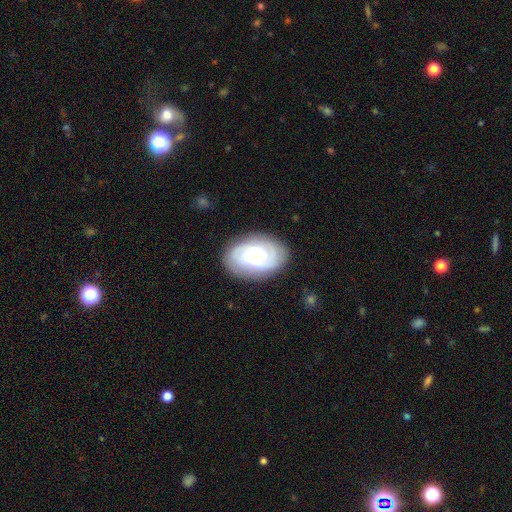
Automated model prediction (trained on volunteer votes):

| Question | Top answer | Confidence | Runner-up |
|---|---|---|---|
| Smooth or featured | featured or disk | 78% | smooth (17%) |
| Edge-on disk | no | 96% | yes (4%) |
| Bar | no | 53% | weak (37%) |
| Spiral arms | yes | 94% | no (6%) |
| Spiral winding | tight | 70% | medium (25%) |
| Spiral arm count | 2 | 33% | can't tell (27%) |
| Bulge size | moderate | 62% | small (32%) |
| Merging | none | 84% | minor disturbance (12%) |